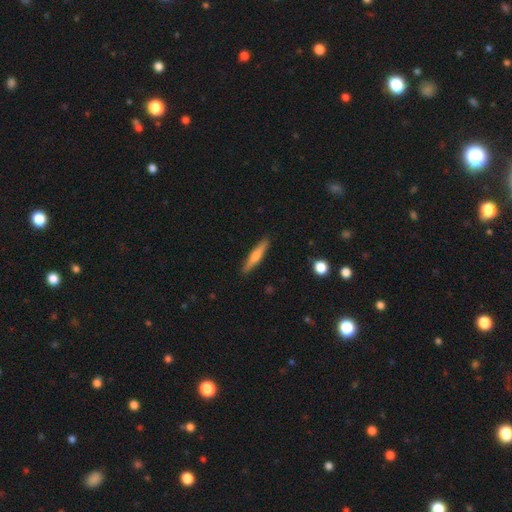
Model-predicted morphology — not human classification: A smooth galaxy with no disk features (51%) that is cigar-shaped (90%). Merging: none (90%).